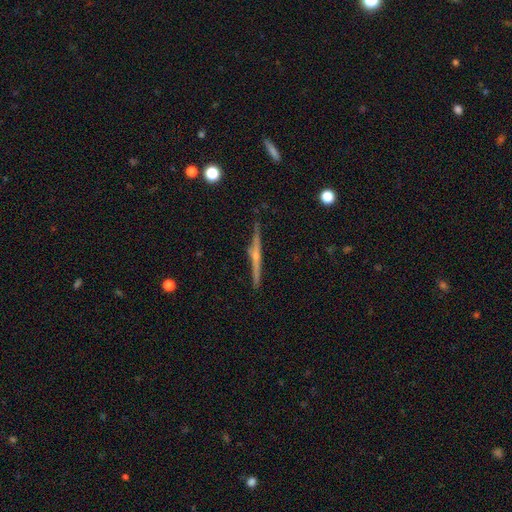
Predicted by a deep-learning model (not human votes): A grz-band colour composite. It shows a featured or disk galaxy (79%) viewed edge-on (98%) with a rounded central bulge (79%). Merging: none (87%).